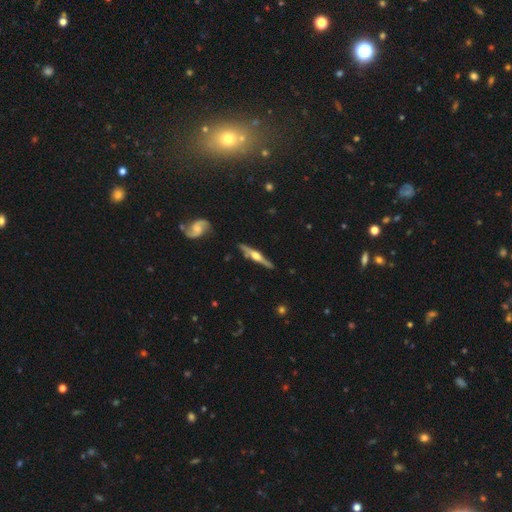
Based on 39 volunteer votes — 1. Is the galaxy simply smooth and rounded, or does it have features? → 82% featured or disk, 10% star or artifact, 8% smooth.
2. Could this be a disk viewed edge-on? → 100% yes, 0% no.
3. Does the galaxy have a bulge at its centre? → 94% rounded, 6% boxy, 0% none.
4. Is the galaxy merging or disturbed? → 91% none, 9% minor disturbance, 0% major disturbance, 0% merger.